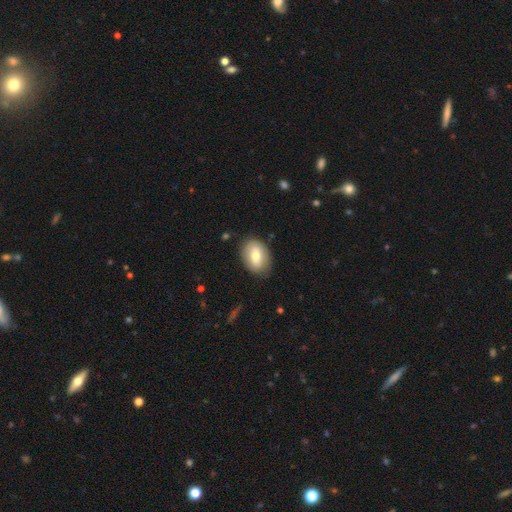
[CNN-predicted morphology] A smooth galaxy with no disk features (67%) that is in between round and cigar-shaped (83%). Merging: none (82%).